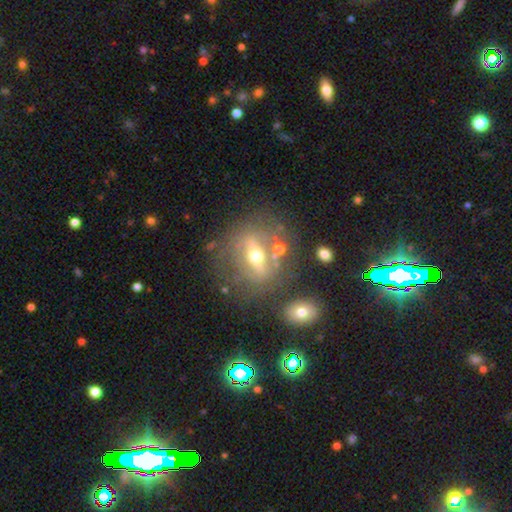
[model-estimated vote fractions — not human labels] Morphology: type=featured or disk (67%); edge-on=no (71%); merging=none (68%).